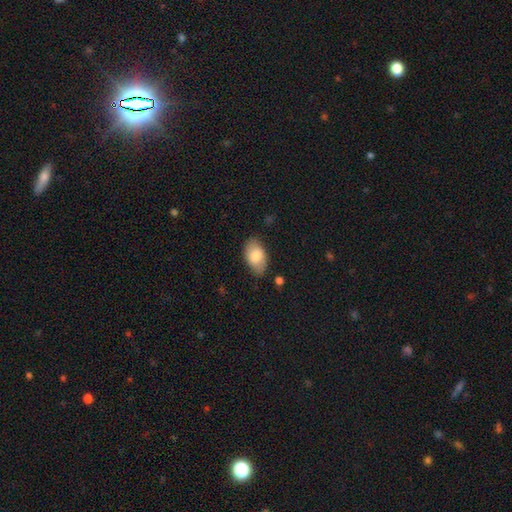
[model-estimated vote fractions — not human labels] This appears to be a smooth galaxy with no disk features (80%) that is in between round and cigar-shaped (93%). Merging: none (79%).